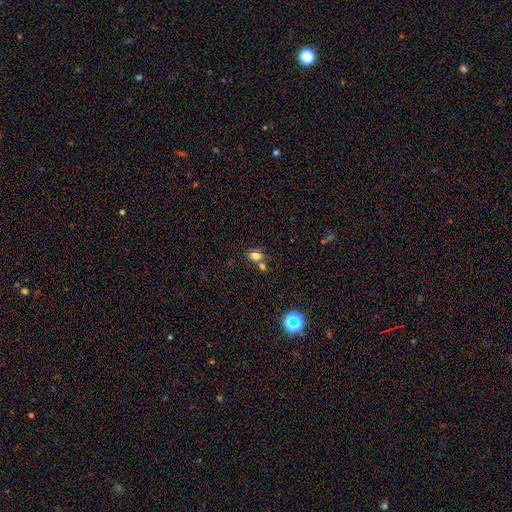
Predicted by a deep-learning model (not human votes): smooth 73%, star or artifact 15%, featured or disk 11%. Down the decision tree: how rounded — in between (53%); merging — none (54%).